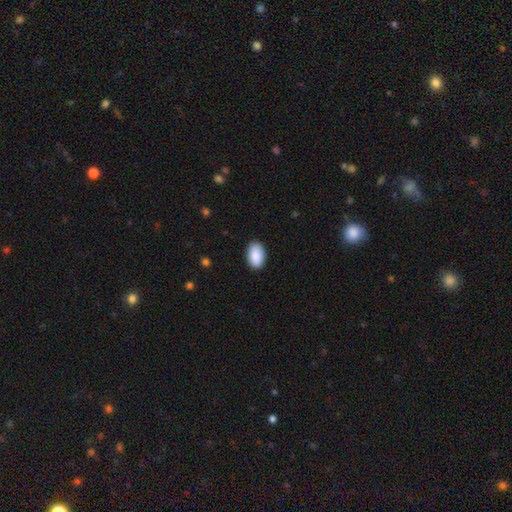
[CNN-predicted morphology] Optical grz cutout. It shows a smooth galaxy with no disk features (91%) that is in between round and cigar-shaped (93%). Merging: none (89%).